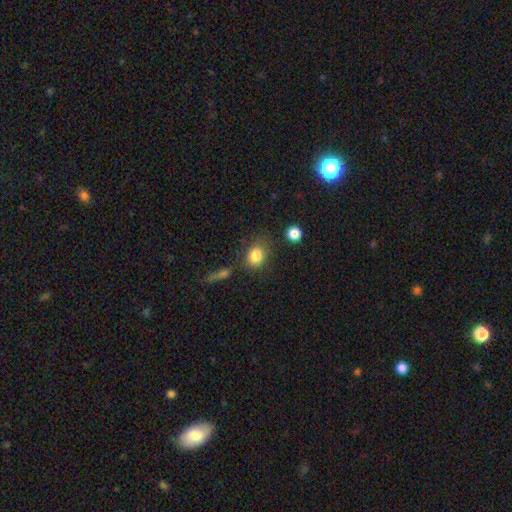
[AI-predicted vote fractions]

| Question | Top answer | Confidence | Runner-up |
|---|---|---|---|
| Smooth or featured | smooth | 84% | star or artifact (10%) |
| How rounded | round | 58% | in between (40%) |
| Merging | none | 71% | minor disturbance (16%) |